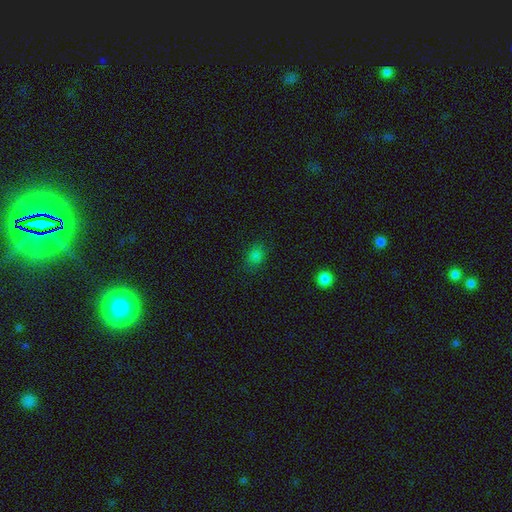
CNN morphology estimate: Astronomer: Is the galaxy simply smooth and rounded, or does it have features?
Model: smooth — 80%.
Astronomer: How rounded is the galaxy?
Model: in between — 63%.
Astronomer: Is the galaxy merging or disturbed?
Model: none — 81%.